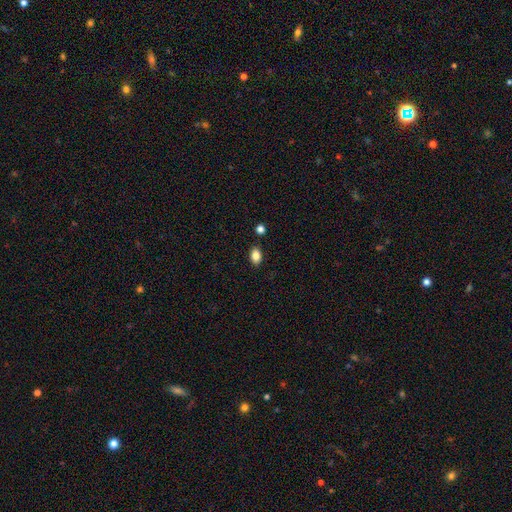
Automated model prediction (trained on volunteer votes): Morphology: type=smooth (85%); roundness=in between (84%); merging=none (85%).